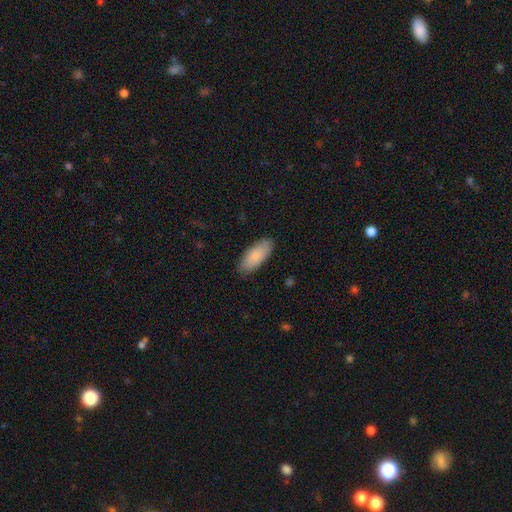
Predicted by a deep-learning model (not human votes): Smooth or featured: smooth — 87% (featured or disk — 7%)
How rounded: in between — 84% (cigar-shaped — 15%)
Merging: none — 87% (minor disturbance — 10%)